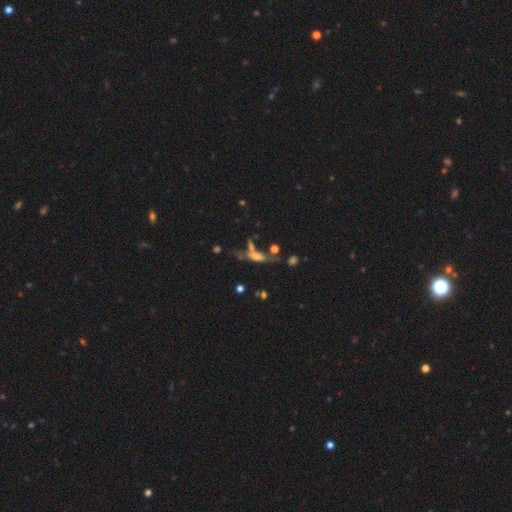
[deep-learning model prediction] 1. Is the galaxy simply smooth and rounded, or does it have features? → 42% smooth, 41% featured or disk, 17% star or artifact.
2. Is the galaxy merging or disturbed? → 34% none, 27% merger, 21% major disturbance, 18% minor disturbance.